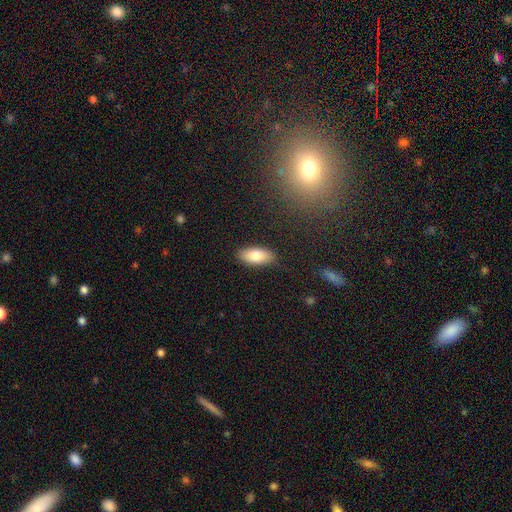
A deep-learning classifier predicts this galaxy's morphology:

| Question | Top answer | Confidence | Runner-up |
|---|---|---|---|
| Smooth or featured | smooth | 80% | featured or disk (13%) |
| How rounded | in between | 87% | cigar-shaped (10%) |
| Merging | none | 84% | minor disturbance (12%) |